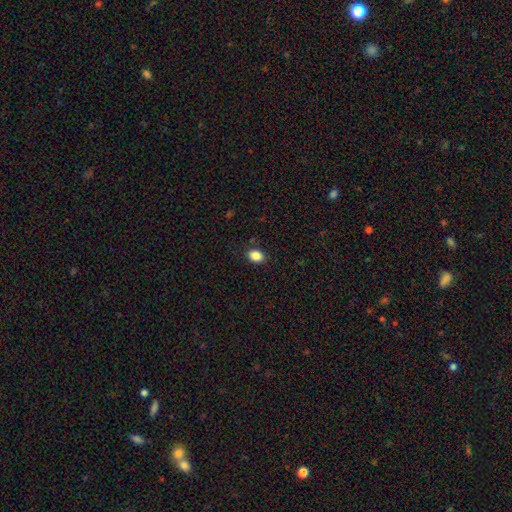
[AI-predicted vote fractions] Smooth or featured? Predicted: smooth (p=0.87). How rounded? Predicted: in between (p=0.76). Merging? Predicted: none (p=0.87).